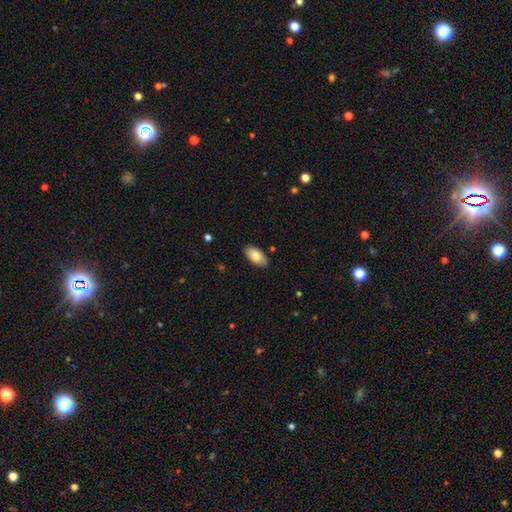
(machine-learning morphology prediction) This is clearly a smooth galaxy (82%). How rounded: clearly in between (94%). Merging: clearly none (88%).